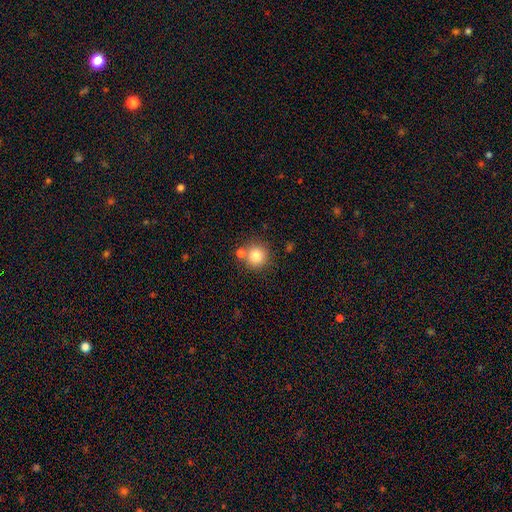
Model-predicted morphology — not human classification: A smooth galaxy with no disk features (81%) that is round (93%).

Vote fractions:
- Smooth or featured? smooth: 81% / star or artifact: 11% / featured or disk: 8%
- How rounded? round: 93% / in between: 6% / cigar-shaped: 1%
- Merging? none: 72% / merger: 16% / minor disturbance: 9% / major disturbance: 3%